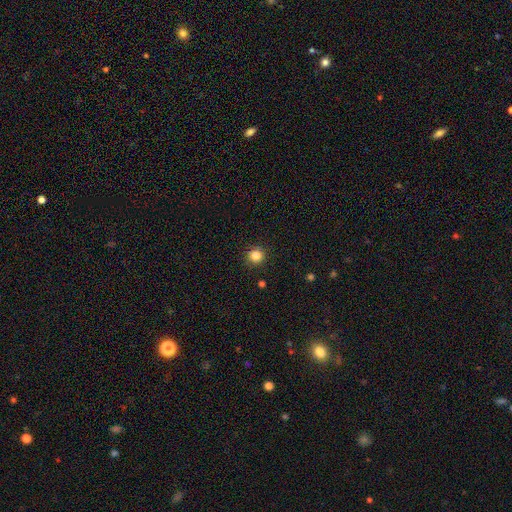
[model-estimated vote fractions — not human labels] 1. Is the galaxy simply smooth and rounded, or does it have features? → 84% smooth, 12% star or artifact, 4% featured or disk.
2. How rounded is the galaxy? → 93% round, 6% in between, 1% cigar-shaped.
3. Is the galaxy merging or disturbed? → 91% none, 6% minor disturbance, 2% major disturbance, 1% merger.